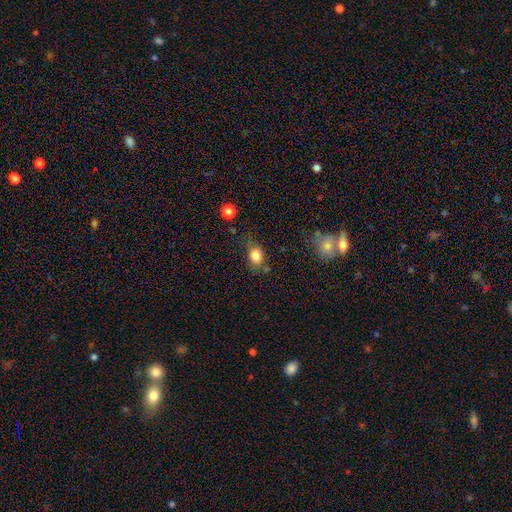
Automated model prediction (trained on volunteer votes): Overall: smooth (83%). How rounded: in between (62%; round 36%). Merging: none (63%; minor disturbance 24%).